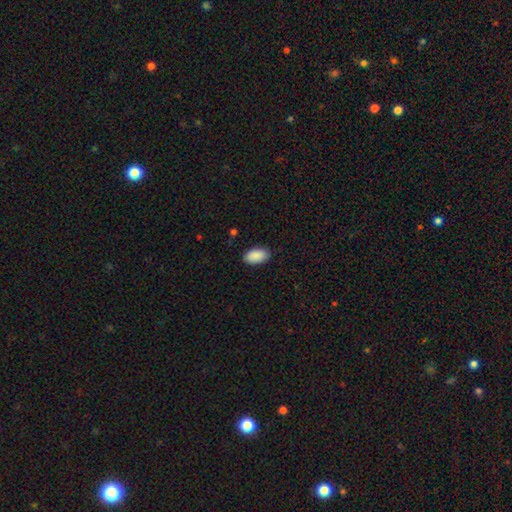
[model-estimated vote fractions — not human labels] Q: Smooth or featured?
A: smooth (91%); runner-up: star or artifact (6%)
Q: How rounded?
A: in between (95%); runner-up: round (3%)
Q: Merging?
A: none (88%); runner-up: minor disturbance (9%)